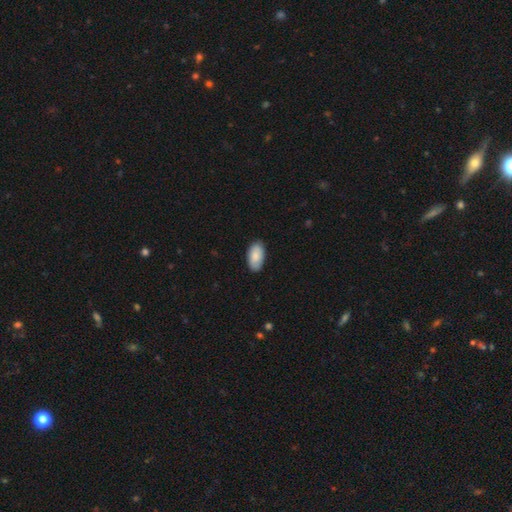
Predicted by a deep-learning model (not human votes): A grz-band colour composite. It shows a smooth galaxy with no disk features (86%) that is in between round and cigar-shaped (95%). Merging: none (85%).